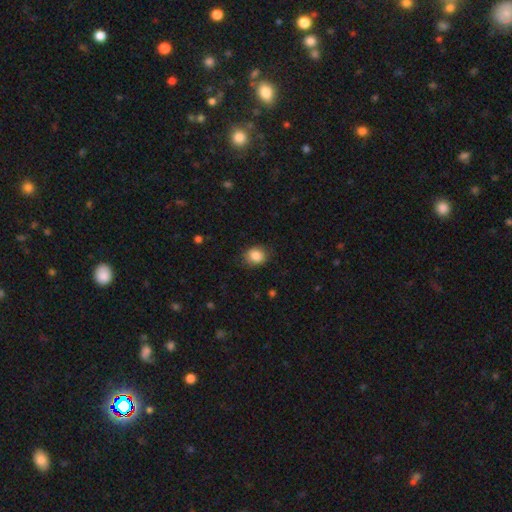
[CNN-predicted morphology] Smooth or featured?
  - smooth: 86% *
  - star or artifact: 9%
  - featured or disk: 5%
How rounded?
  - round: 62% *
  - in between: 37%
  - cigar-shaped: 1%
Merging?
  - none: 81% *
  - minor disturbance: 14%
  - major disturbance: 3%
  - merger: 1%